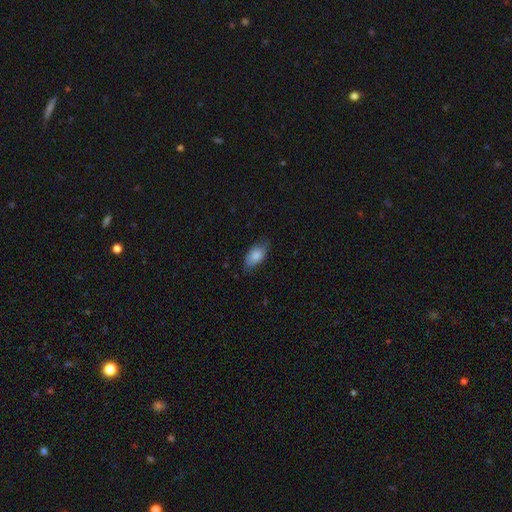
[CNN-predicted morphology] type=smooth (82%); roundness=in between (91%); merging=none (70%).